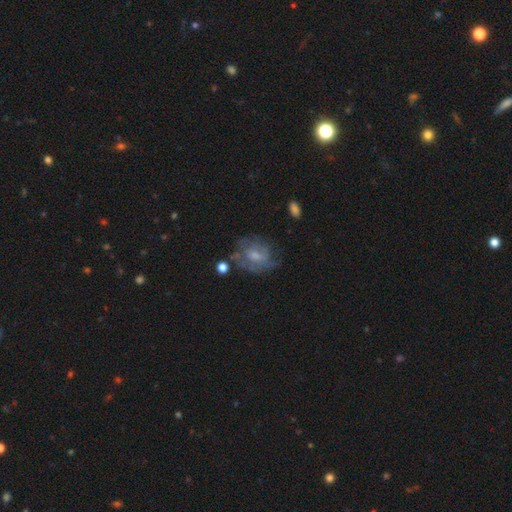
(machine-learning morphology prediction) The model was most divided on "bulge size": small: 43%, moderate: 40%, none: 11%, large: 4%, dominant: 1%. More confident: edge-on disk — no (96%); spiral arms — yes (60%); smooth or featured — featured or disk (56%); bar — no (54%); merging — none (51%).